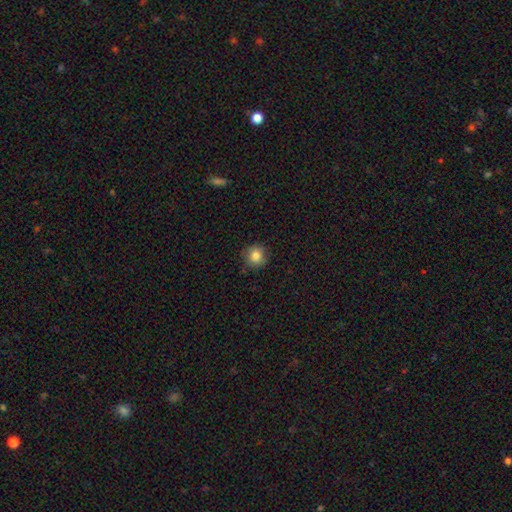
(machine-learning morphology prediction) smooth-or-featured: smooth: 84% | star or artifact: 11% | featured or disk: 6%
  how-rounded: round: 92% | in between: 7% | cigar-shaped: 1%
  merging: none: 86% | minor disturbance: 10% | major disturbance: 2% | merger: 1%